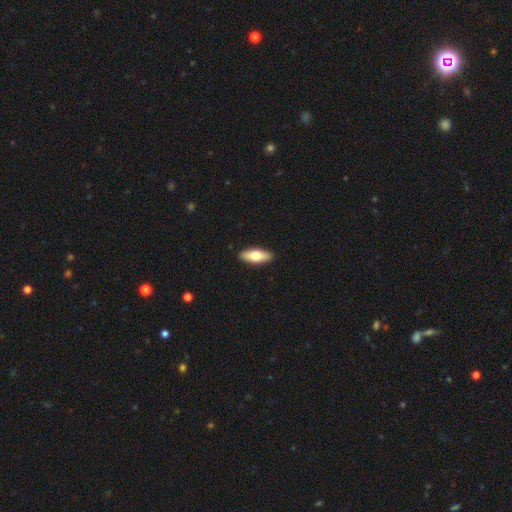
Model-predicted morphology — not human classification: Smooth or featured?
  - smooth: 67% *
  - featured or disk: 28%
  - star or artifact: 5%
How rounded?
  - in between: 67% *
  - cigar-shaped: 31%
  - round: 2%
Merging?
  - none: 91% *
  - minor disturbance: 7%
  - major disturbance: 1%
  - merger: 1%